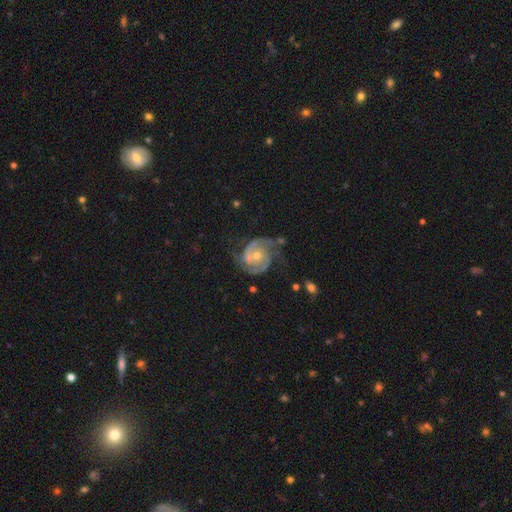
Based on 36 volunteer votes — Q: Smooth or featured?
A: featured or disk (86%); runner-up: smooth (8%)
Q: Edge-on disk?
A: no (100%)
Q: Bar?
A: no (61%); runner-up: weak (26%)
Q: Spiral arms?
A: yes (100%)
Q: Spiral winding?
A: tight (68%); runner-up: medium (32%)
Q: Spiral arm count?
A: 2 (87%); runner-up: can't tell (10%)
Q: Bulge size?
A: moderate (52%); runner-up: small (48%)
Q: Merging?
A: none (76%); runner-up: minor disturbance (21%)